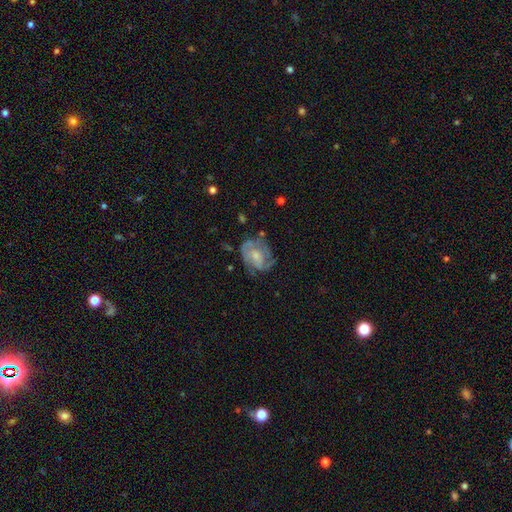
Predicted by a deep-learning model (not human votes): Smooth or featured?
  - featured or disk: 71% *
  - smooth: 22%
  - star or artifact: 7%
Edge-on disk?
  - no: 98% *
  - yes: 2%
Bar?
  - no: 68% *
  - weak: 28%
  - strong: 4%
Spiral arms?
  - yes: 82% *
  - no: 18%
Spiral winding?
  - tight: 43% *
  - medium: 40%
  - loose: 16%
Spiral arm count?
  - 2: 35% *
  - can't tell: 33%
  - 3: 18%
  - 1: 6%
  - 4: 5%
  - more than 4: 3%
Bulge size?
  - moderate: 43% *
  - small: 40%
  - none: 10%
  - large: 6%
  - dominant: 1%
Merging?
  - none: 56% *
  - minor disturbance: 25%
  - major disturbance: 17%
  - merger: 2%